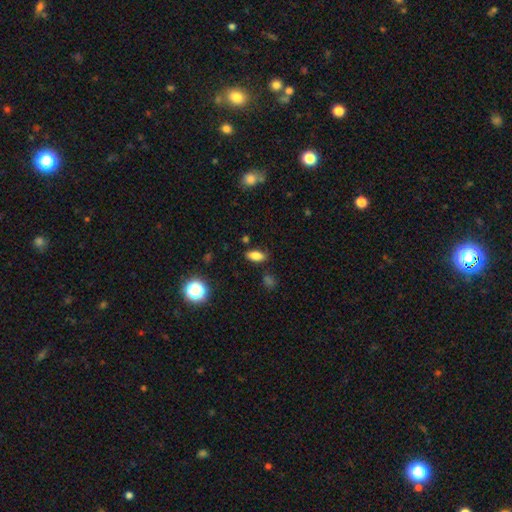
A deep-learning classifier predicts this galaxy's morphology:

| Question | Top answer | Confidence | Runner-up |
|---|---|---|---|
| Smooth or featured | smooth | 81% | star or artifact (11%) |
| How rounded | in between | 85% | cigar-shaped (10%) |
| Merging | none | 82% | minor disturbance (13%) |